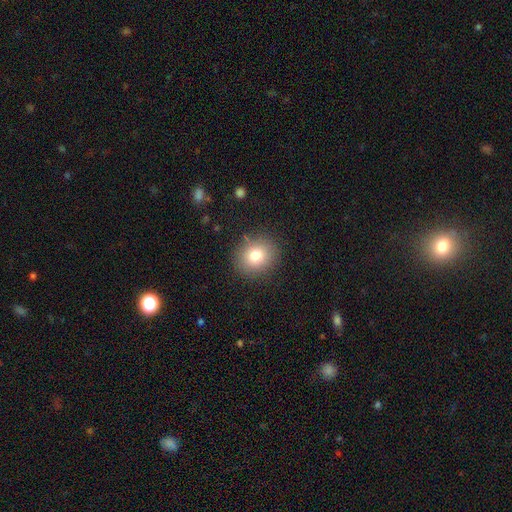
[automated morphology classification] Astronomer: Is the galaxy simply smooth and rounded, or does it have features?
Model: smooth — 79%.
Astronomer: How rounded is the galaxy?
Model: round — 74%.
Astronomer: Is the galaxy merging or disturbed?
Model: none — 88%.